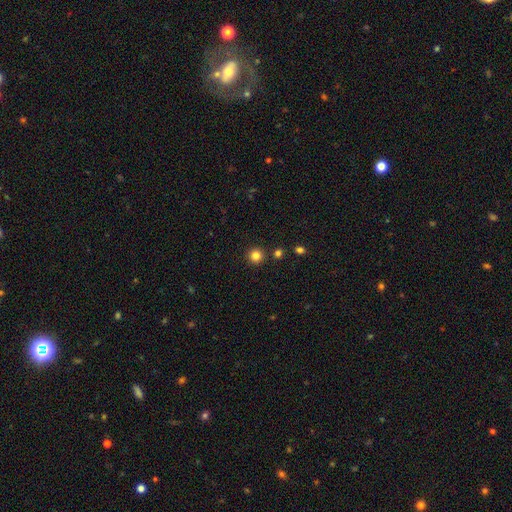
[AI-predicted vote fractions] Smooth or featured? smooth (83%)
How rounded? round (96%)
Merging? none (91%)